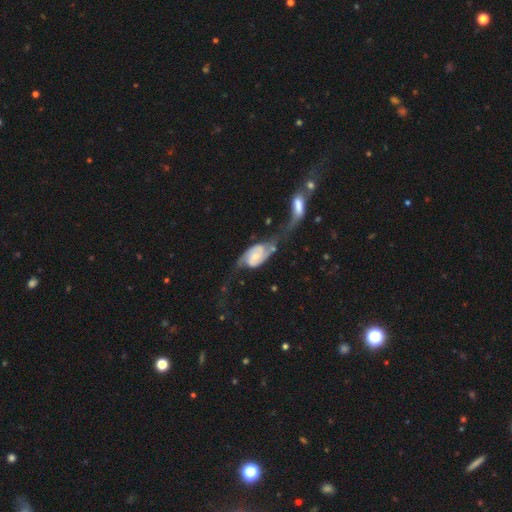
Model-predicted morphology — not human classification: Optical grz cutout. It shows a featured or disk galaxy (85%) with no bar (52%), 2 (90%) medium (38%, tied with loose) spiral arms (95%) and a small central bulge (49%). Merging: merger (37%).